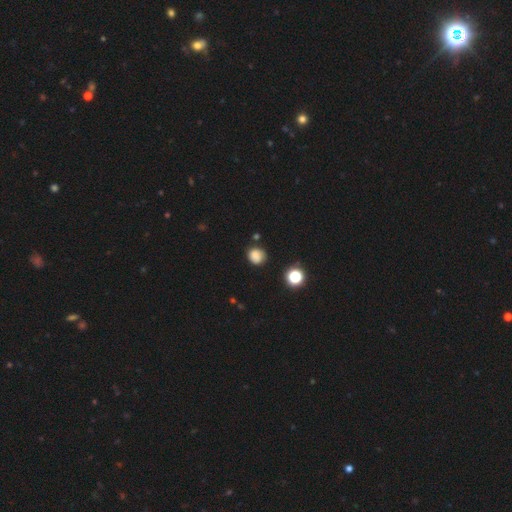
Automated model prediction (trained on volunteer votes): smooth_or_featured: smooth (p=0.80) [alt: star or artifact p=0.14]
how_rounded: round (p=0.80) [alt: in between p=0.19]
merging: none (p=0.75) [alt: minor disturbance p=0.17]